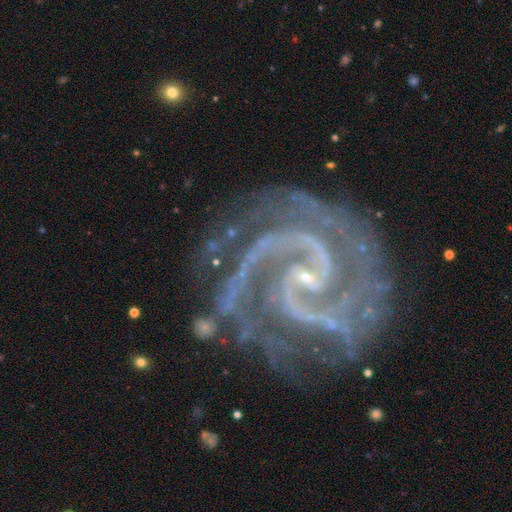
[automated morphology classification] type=featured or disk (94%); edge-on=no (98%); bar=weak (40%); spiral arms=yes (99%); winding=tight (48%); arm count=2 (82%); bulge=small (83%); merging=none (72%).